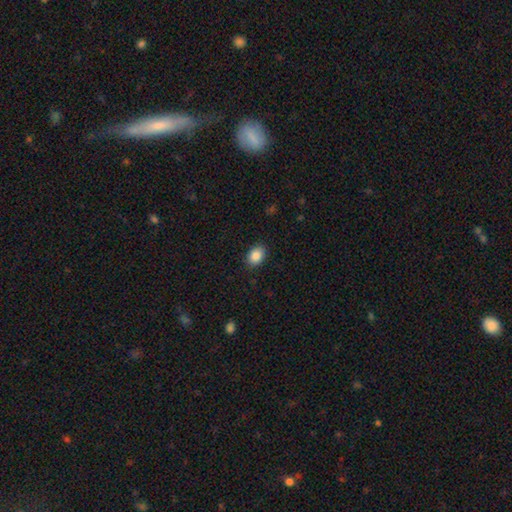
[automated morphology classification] smooth-or-featured: smooth: 88% | star or artifact: 8% | featured or disk: 4%
  how-rounded: in between: 75% | round: 24% | cigar-shaped: 1%
  merging: none: 88% | minor disturbance: 9% | major disturbance: 2% | merger: 1%